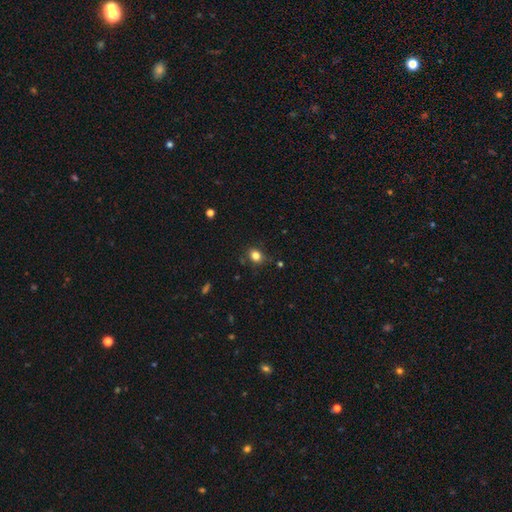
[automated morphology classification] This is clearly a smooth galaxy (82%). How rounded: possibly round (50%). Merging: likely none (80%).